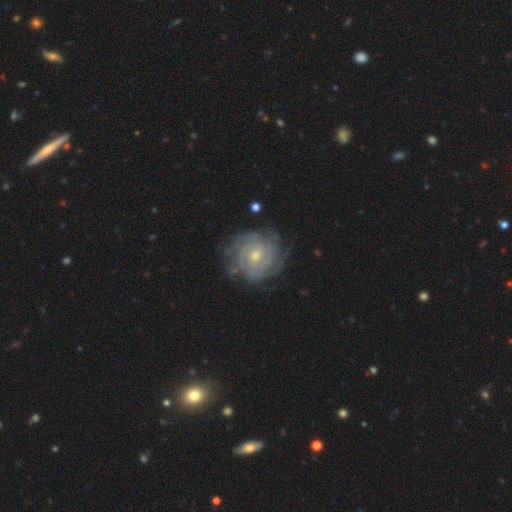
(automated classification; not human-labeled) The model was most divided on "spiral arm count": can't tell: 33%, 2: 20%, 3: 17%, 4: 15%, more than 4: 8%, 1: 6%. More confident: edge-on disk — no (98%); spiral arms — yes (97%); smooth or featured — featured or disk (87%); spiral winding — tight (84%); merging — none (78%); bar — no (67%); bulge size — small (60%).